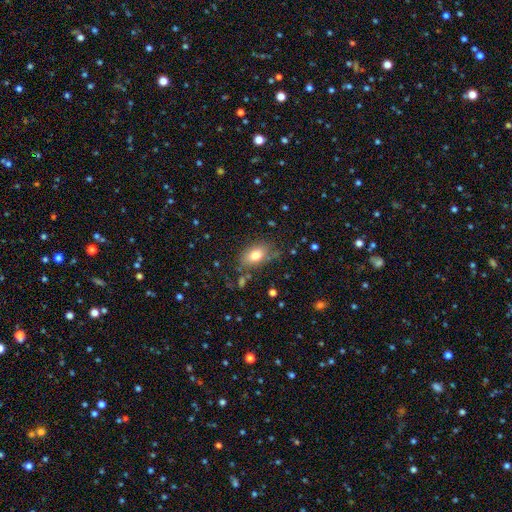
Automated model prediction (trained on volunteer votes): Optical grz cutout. It shows a smooth galaxy with no disk features (78%) that is in between round and cigar-shaped (85%). Merging: none (75%).